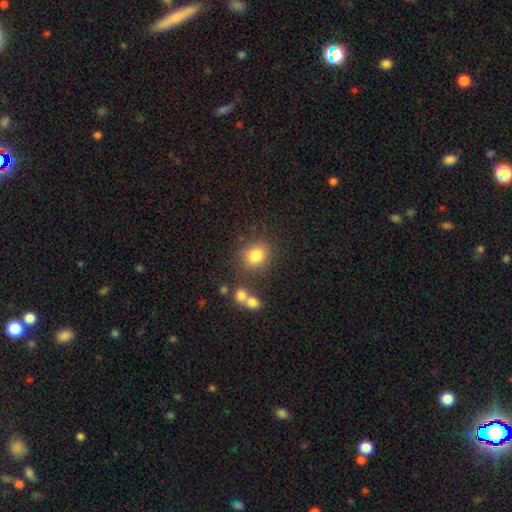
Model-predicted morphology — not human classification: Q: Smooth or featured?
A: smooth (82%); runner-up: star or artifact (11%)
Q: How rounded?
A: round (72%); runner-up: in between (27%)
Q: Merging?
A: none (75%); runner-up: minor disturbance (12%)